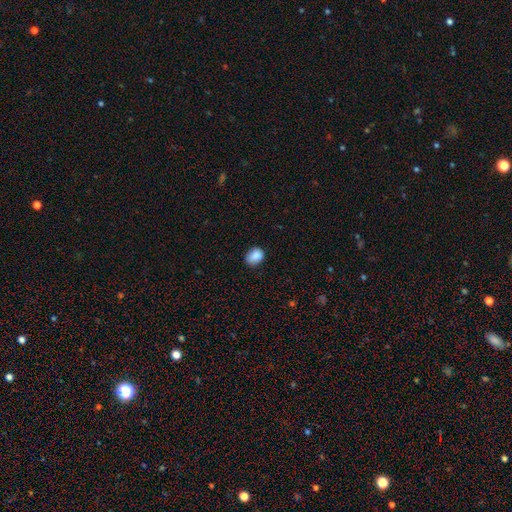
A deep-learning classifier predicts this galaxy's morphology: smooth-or-featured: smooth: 88% | star or artifact: 8% | featured or disk: 4%
  how-rounded: in between: 59% | round: 40% | cigar-shaped: 1%
  merging: none: 76% | minor disturbance: 20% | major disturbance: 3% | merger: 1%